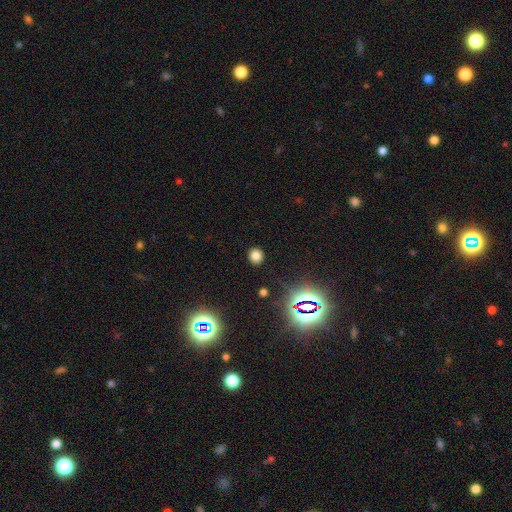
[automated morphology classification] This appears to be a smooth galaxy with no disk features (74%) that is round (85%). Merging: none (90%).